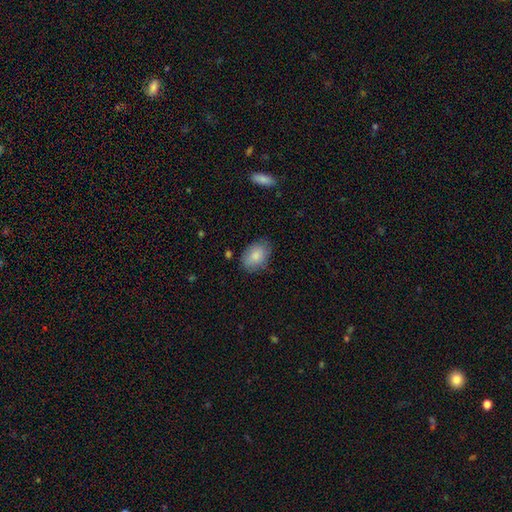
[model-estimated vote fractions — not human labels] Smooth or featured?
  - smooth: 84% *
  - featured or disk: 9%
  - star or artifact: 7%
How rounded?
  - in between: 83% *
  - round: 16%
  - cigar-shaped: 1%
Merging?
  - none: 78% *
  - minor disturbance: 17%
  - major disturbance: 4%
  - merger: 2%